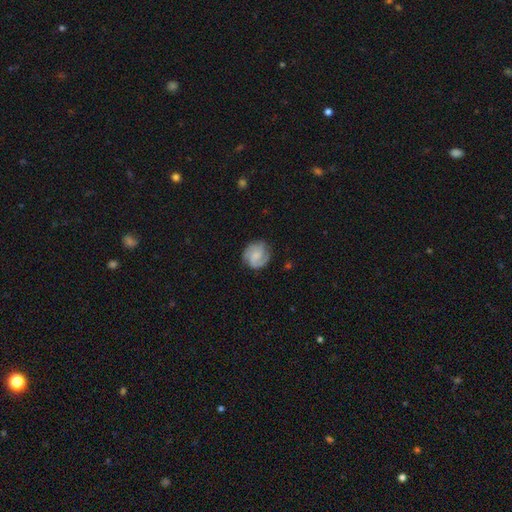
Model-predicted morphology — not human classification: This appears to be a featured or disk galaxy (65%) with no bar (56%), 2 (40%) medium (43%) spiral arms (93%) and a small central bulge (41%). Merging: none (76%).